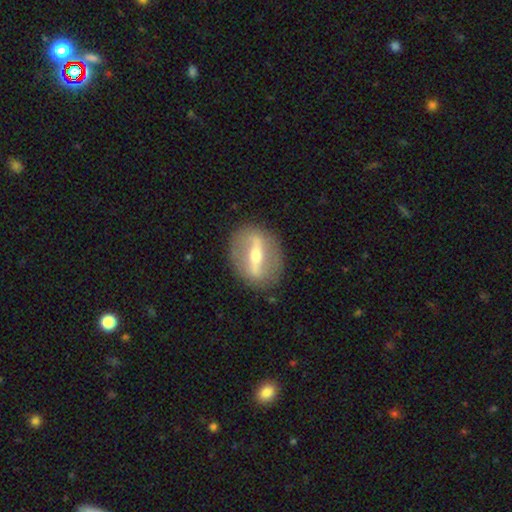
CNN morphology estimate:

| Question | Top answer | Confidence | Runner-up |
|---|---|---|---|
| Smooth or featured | featured or disk | 76% | smooth (18%) |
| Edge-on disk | no | 71% | yes (29%) |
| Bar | strong | 80% | weak (14%) |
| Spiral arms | no | 76% | yes (24%) |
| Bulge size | moderate | 62% | small (29%) |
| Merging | none | 85% | minor disturbance (9%) |